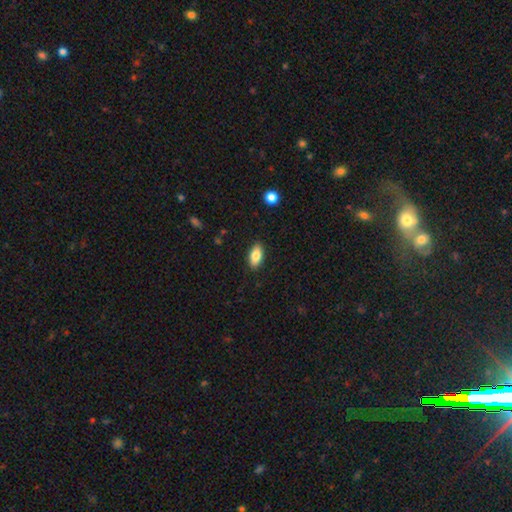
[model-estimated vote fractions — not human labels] Smooth or featured: smooth — 82% (featured or disk — 11%)
How rounded: in between — 90% (cigar-shaped — 7%)
Merging: none — 88% (minor disturbance — 9%)